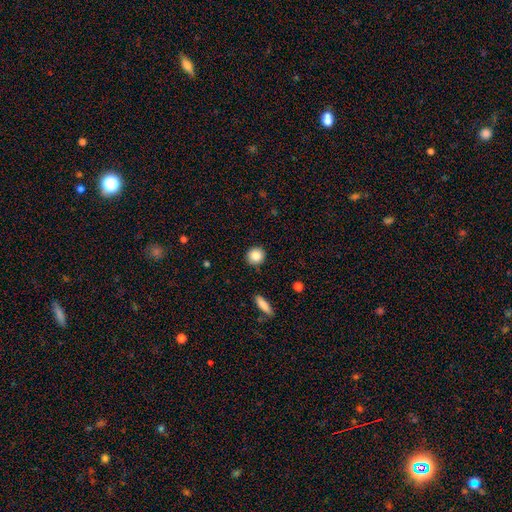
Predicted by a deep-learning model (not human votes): Smooth or featured? smooth (85%)
How rounded? round (89%)
Merging? none (90%)